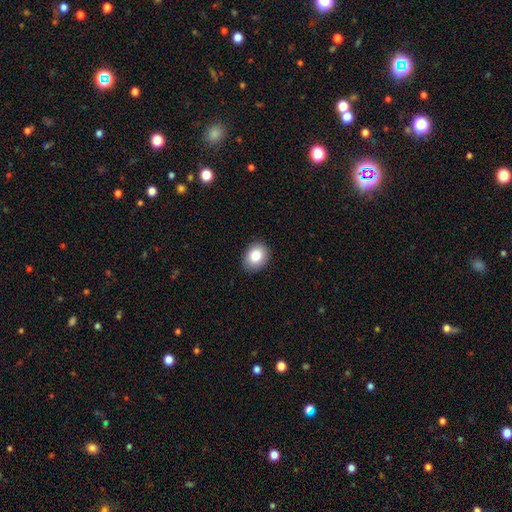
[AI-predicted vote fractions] This is clearly a smooth galaxy (86%). How rounded: likely in between (62%). Merging: clearly none (87%).